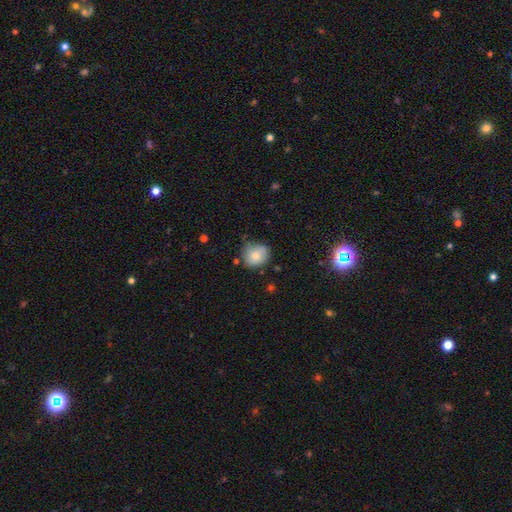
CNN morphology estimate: Smooth or featured: smooth — 73% (featured or disk — 18%)
How rounded: round — 78% (in between — 21%)
Merging: none — 64% (minor disturbance — 27%)